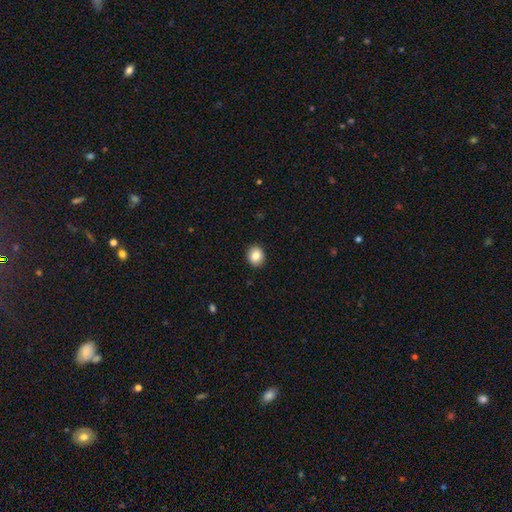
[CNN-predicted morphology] Q: Smooth or featured?
A: smooth (85%); runner-up: star or artifact (9%)
Q: How rounded?
A: round (71%); runner-up: in between (28%)
Q: Merging?
A: none (92%); runner-up: minor disturbance (6%)